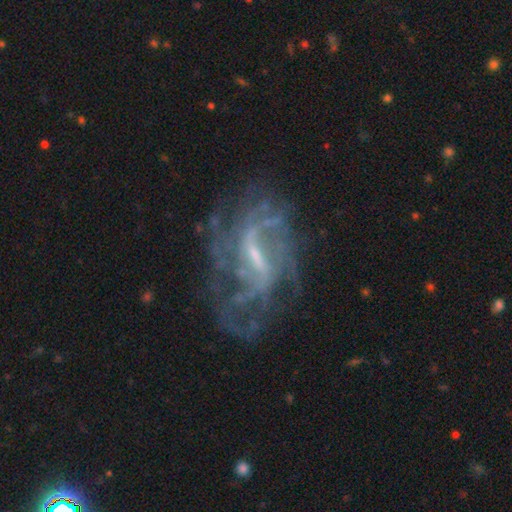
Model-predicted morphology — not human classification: smooth-or-featured: featured or disk: 86% | star or artifact: 8% | smooth: 6%
  disk-edge-on: no: 96% | yes: 4%
    bar: weak: 51% | strong: 34% | no: 15%
    has-spiral-arms: yes: 88% | no: 12%
      spiral-winding: medium: 42% | loose: 31% | tight: 28%
      spiral-arm-count: can't tell: 38% | 2: 24% | 3: 14% | 4: 12% | more than 4: 6% | 1: 6%
    bulge-size: small: 57% | moderate: 24% | none: 16% | large: 2% | dominant: 1%
  merging: none: 59% | major disturbance: 20% | minor disturbance: 18% | merger: 3%